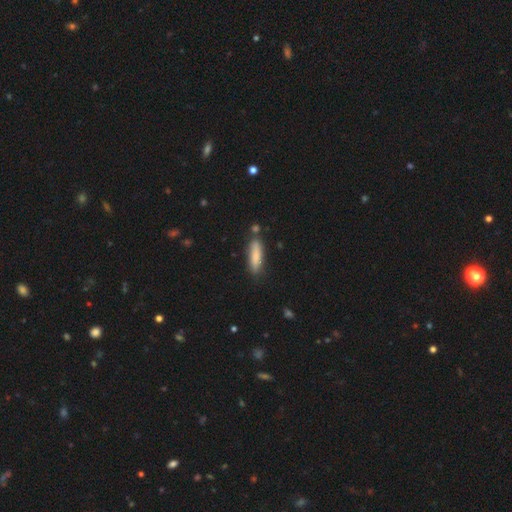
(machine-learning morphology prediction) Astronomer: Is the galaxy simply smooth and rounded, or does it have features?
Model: smooth — 82%.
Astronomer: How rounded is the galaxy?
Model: cigar-shaped — 68%.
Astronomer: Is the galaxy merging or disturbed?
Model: none — 76%.